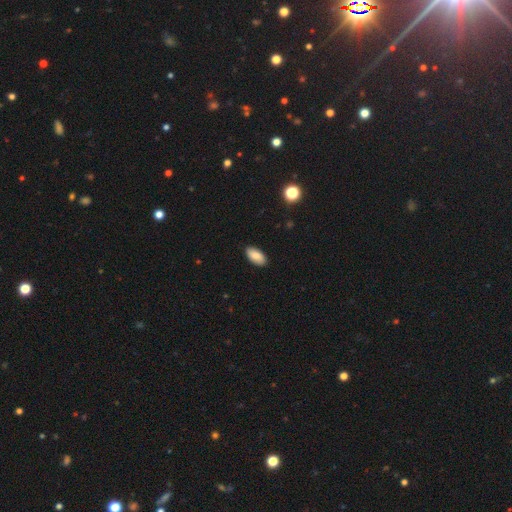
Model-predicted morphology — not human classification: A smooth galaxy with no disk features (85%) that is in between round and cigar-shaped (94%). Merging: none (89%).